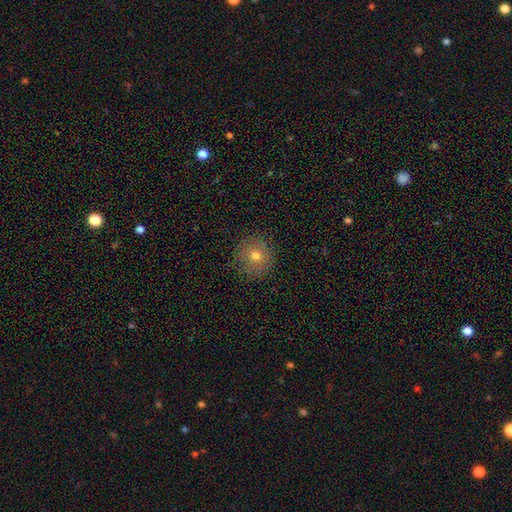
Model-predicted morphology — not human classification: Smooth or featured: smooth — 73% (featured or disk — 15%)
How rounded: round — 93% (in between — 6%)
Merging: none — 88% (minor disturbance — 9%)